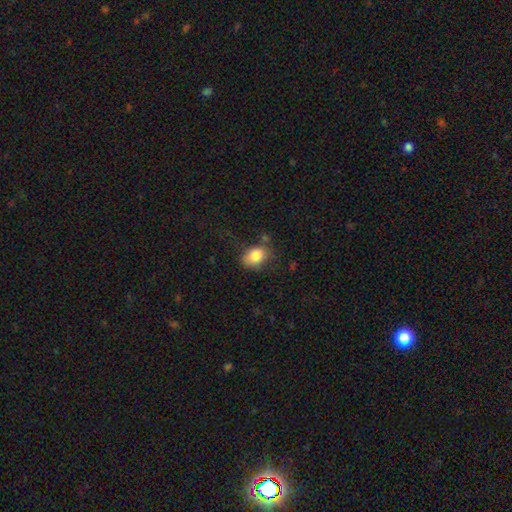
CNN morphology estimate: A smooth galaxy with no disk features (83%) that is in between round and cigar-shaped (67%). Merging: none (64%).